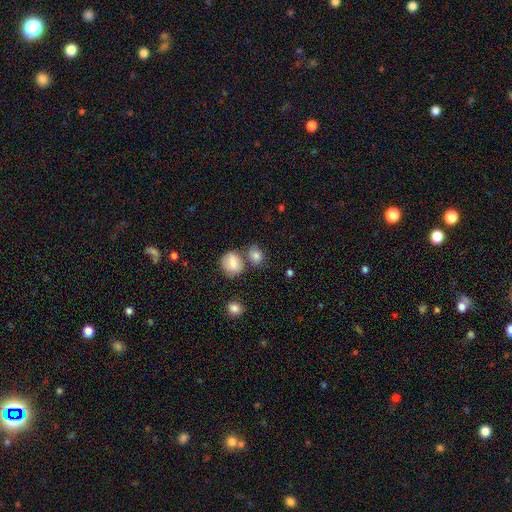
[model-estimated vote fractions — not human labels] Smooth or featured? smooth (83%)
How rounded? round (60%)
Merging? none (55%)